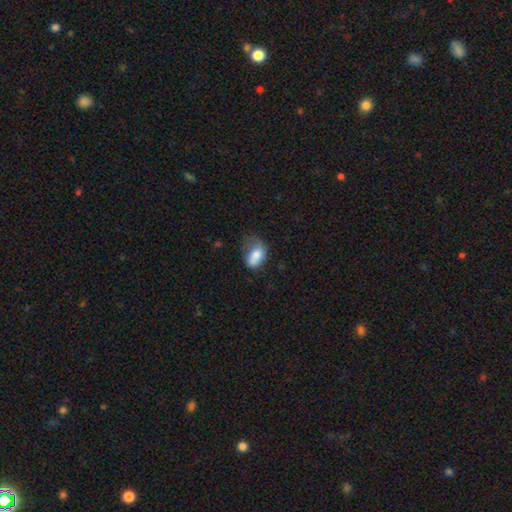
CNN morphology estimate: Overall: smooth (79%). How rounded: in between (87%). Merging: minor disturbance (36%; major disturbance 32%).